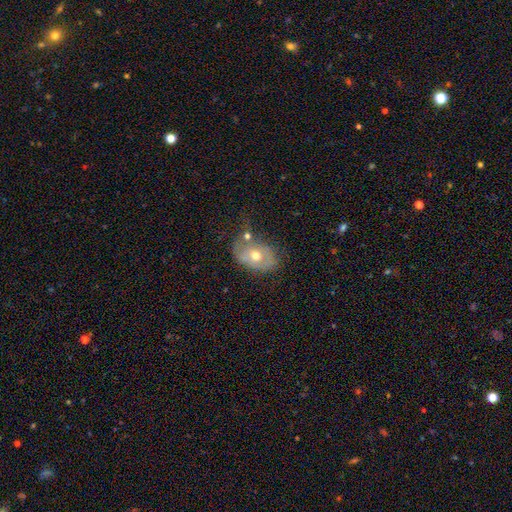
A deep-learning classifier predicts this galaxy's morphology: Smooth or featured?
  - smooth: 47% *
  - featured or disk: 45%
  - star or artifact: 8%
Merging?
  - none: 47% *
  - minor disturbance: 24%
  - merger: 17%
  - major disturbance: 12%